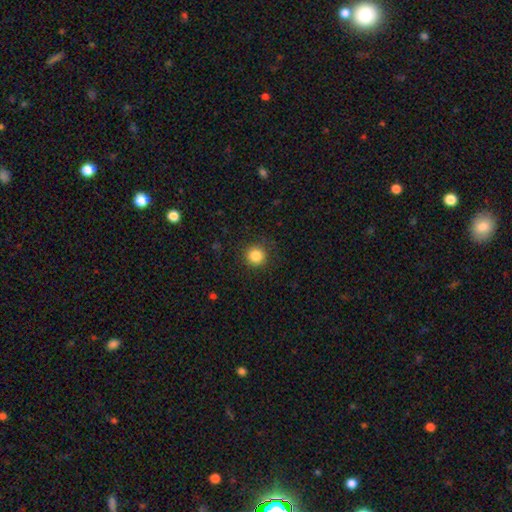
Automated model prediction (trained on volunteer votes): smooth-or-featured: smooth: 85% | star or artifact: 11% | featured or disk: 4%
  how-rounded: round: 94% | in between: 5% | cigar-shaped: 1%
  merging: none: 89% | minor disturbance: 7% | major disturbance: 3% | merger: 1%